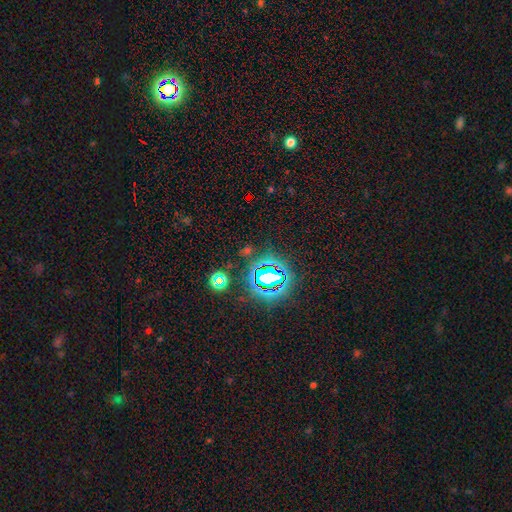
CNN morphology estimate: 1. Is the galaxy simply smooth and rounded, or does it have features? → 79% star or artifact, 14% smooth, 7% featured or disk.